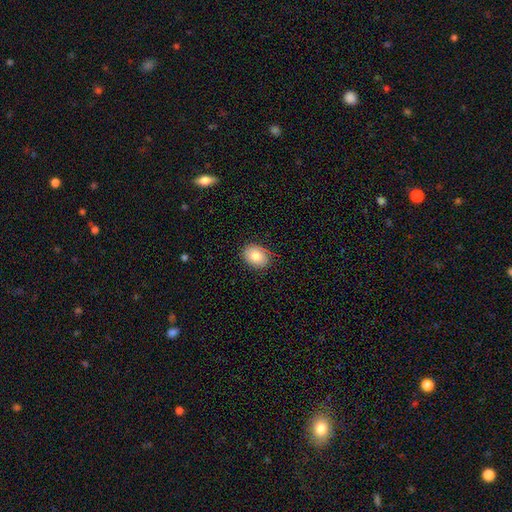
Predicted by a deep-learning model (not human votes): The model was most divided on "how rounded": in between: 65%, round: 34%, cigar-shaped: 1%. More confident: merging — none (84%); smooth or featured — smooth (81%).